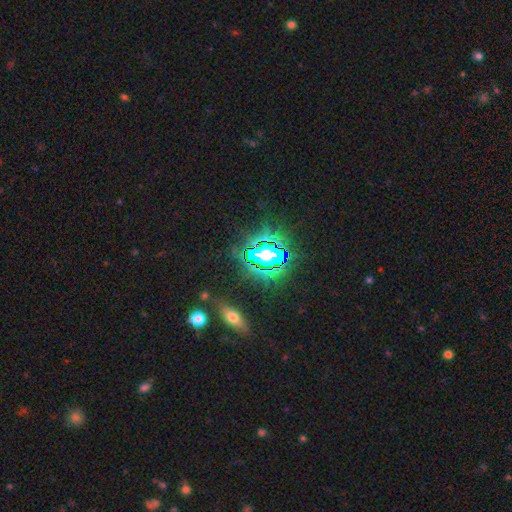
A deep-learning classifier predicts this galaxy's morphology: Smooth or featured? star or artifact (71%)